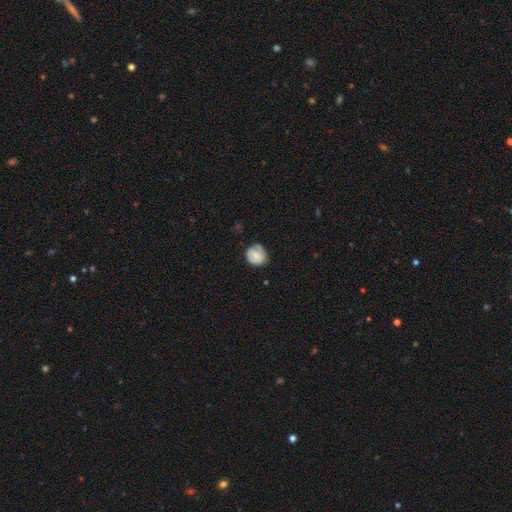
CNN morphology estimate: Smooth or featured? Predicted: smooth (p=0.66). How rounded? Predicted: round (p=0.82). Merging? Predicted: none (p=0.67).